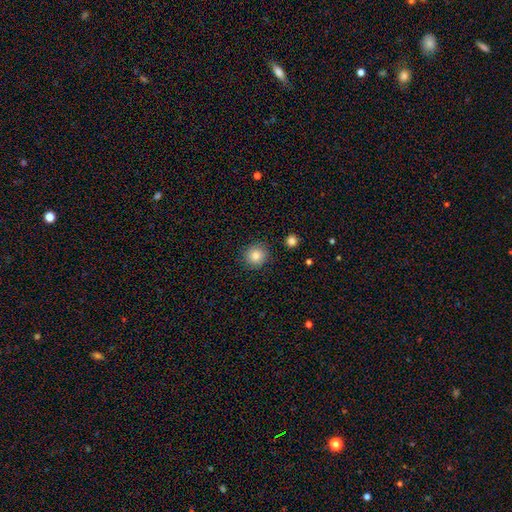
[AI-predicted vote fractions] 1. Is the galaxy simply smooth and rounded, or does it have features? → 83% smooth, 10% star or artifact, 7% featured or disk.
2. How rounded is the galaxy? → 91% round, 8% in between, 1% cigar-shaped.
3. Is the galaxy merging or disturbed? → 89% none, 7% minor disturbance, 2% major disturbance, 2% merger.